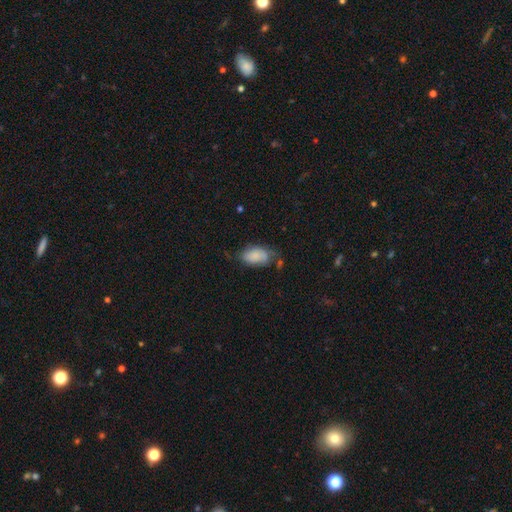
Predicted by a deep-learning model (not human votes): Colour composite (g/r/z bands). It shows a smooth galaxy with no disk features (74%) that is in between round and cigar-shaped (92%). Merging: none (47%).